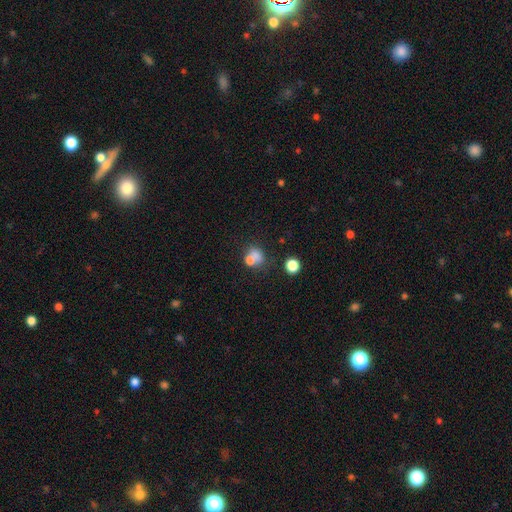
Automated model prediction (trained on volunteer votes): Morphology: type=smooth (69%); roundness=round (66%); merging=merger (41%).